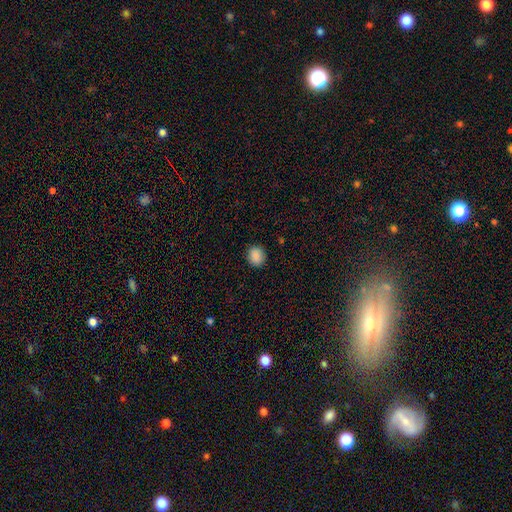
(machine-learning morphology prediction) The model was most divided on "how rounded": round: 74%, in between: 25%, cigar-shaped: 1%. More confident: merging — none (90%); smooth or featured — smooth (89%).